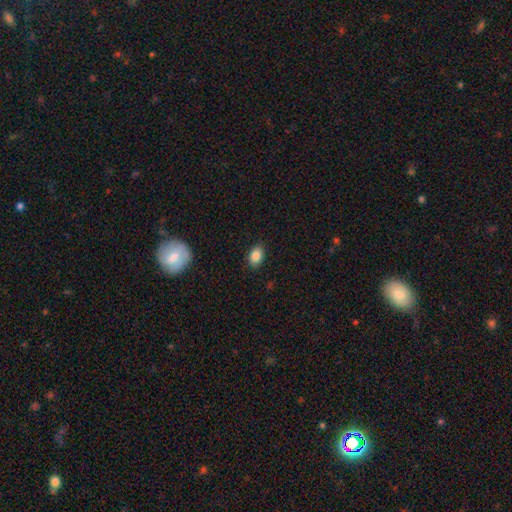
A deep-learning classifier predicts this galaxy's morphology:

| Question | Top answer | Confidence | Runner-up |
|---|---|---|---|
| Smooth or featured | smooth | 86% | star or artifact (9%) |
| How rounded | in between | 83% | round (15%) |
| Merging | none | 87% | minor disturbance (10%) |